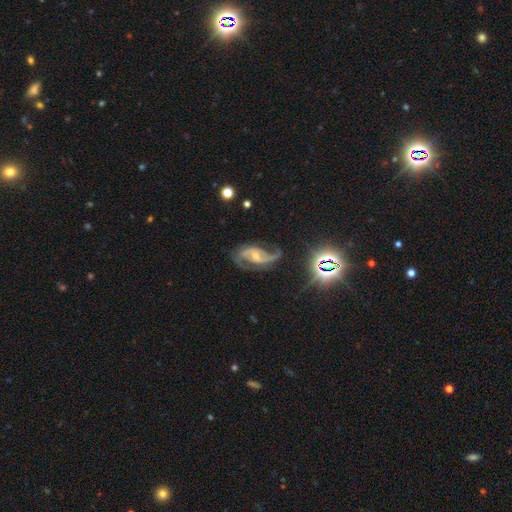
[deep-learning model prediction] Overall: featured or disk (85%). Edge-on disk: no (97%). Bar: weak (44%; no 39%). Spiral arms: yes (96%). Spiral arm count: 2 (89%). Spiral winding: loose (46%; medium 43%). Bulge size: small (54%; moderate 36%). Merging: none (60%; minor disturbance 20%).